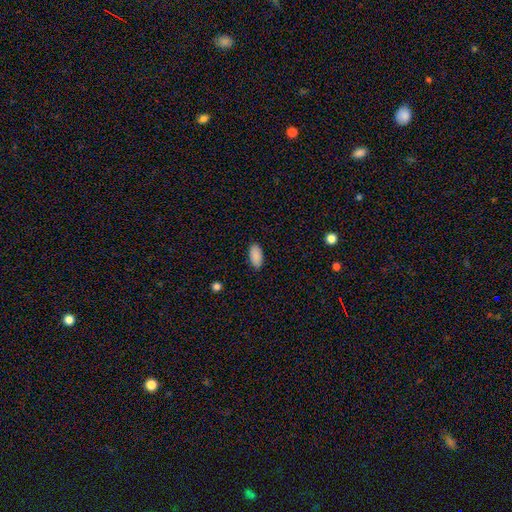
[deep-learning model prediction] smooth 89%, star or artifact 7%, featured or disk 4%. Down the decision tree: how rounded — in between (93%); merging — none (86%).